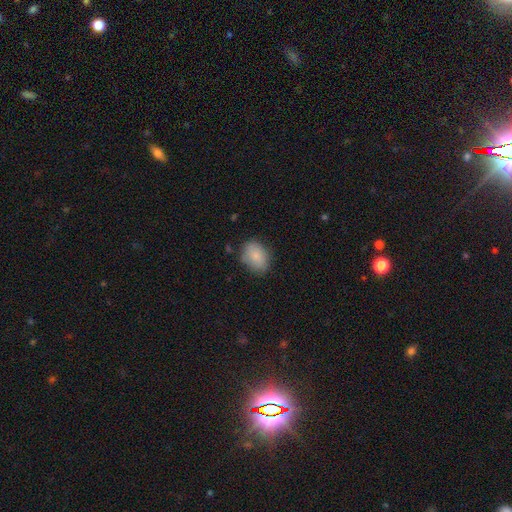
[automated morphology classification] A smooth galaxy with no disk features (83%) that is in between round and cigar-shaped (65%).

Vote fractions:
- Smooth or featured? smooth: 83% / featured or disk: 9% / star or artifact: 8%
- How rounded? in between: 65% / round: 34% / cigar-shaped: 1%
- Merging? none: 73% / minor disturbance: 20% / major disturbance: 5% / merger: 2%